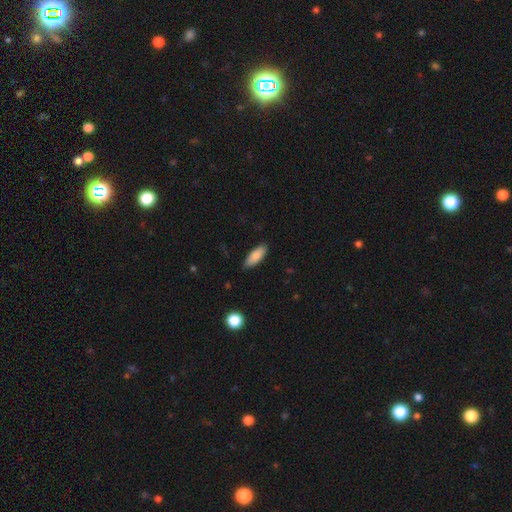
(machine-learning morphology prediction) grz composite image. It shows a smooth galaxy with no disk features (87%) that is in between round and cigar-shaped (73%). Merging: none (86%).